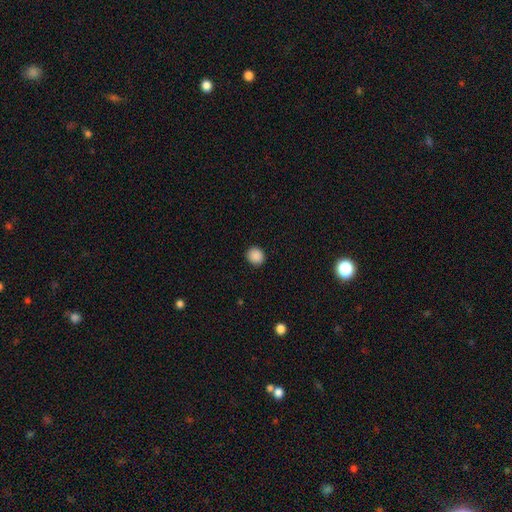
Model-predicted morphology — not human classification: smooth-or-featured: smooth: 88% | star or artifact: 9% | featured or disk: 2%
  how-rounded: round: 82% | in between: 17% | cigar-shaped: 1%
  merging: none: 91% | minor disturbance: 6% | major disturbance: 2% | merger: 1%